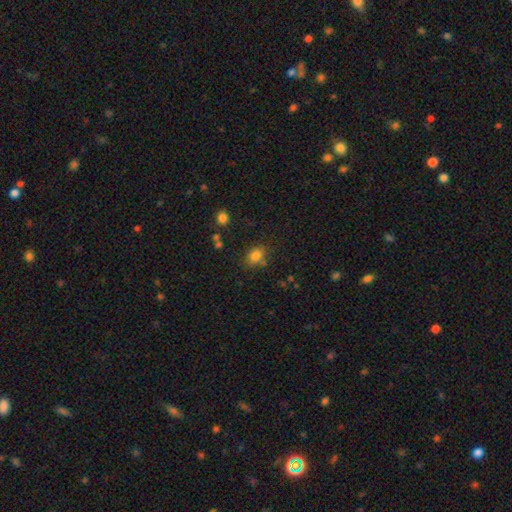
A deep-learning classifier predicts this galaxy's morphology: smooth-or-featured: smooth: 81% | star or artifact: 12% | featured or disk: 7%
  how-rounded: in between: 65% | round: 33% | cigar-shaped: 1%
  merging: none: 72% | minor disturbance: 15% | merger: 8% | major disturbance: 5%